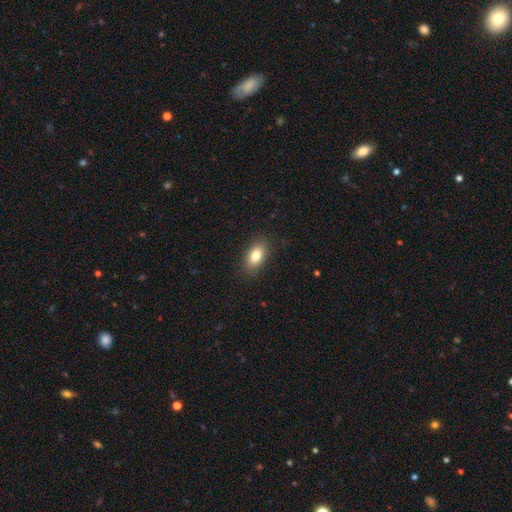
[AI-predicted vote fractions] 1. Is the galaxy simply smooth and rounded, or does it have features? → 81% smooth, 10% featured or disk, 8% star or artifact.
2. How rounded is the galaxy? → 89% in between, 8% round, 3% cigar-shaped.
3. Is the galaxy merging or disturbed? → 87% none, 10% minor disturbance, 3% major disturbance, 1% merger.